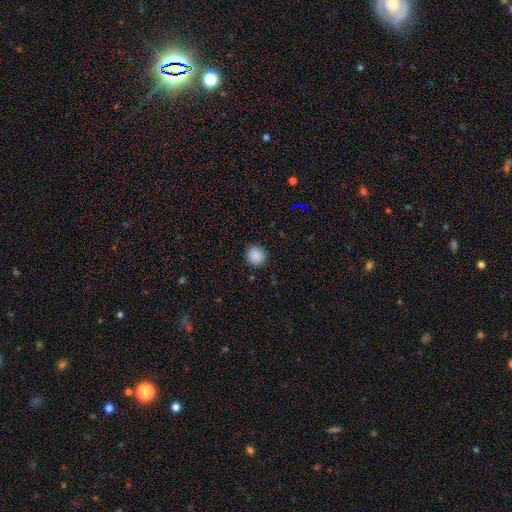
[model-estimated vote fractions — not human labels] This is clearly a smooth galaxy (88%). How rounded: clearly round (86%). Merging: clearly none (88%).